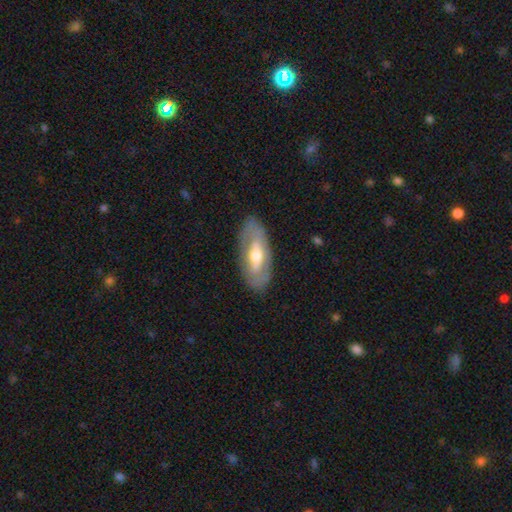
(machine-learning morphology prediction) Smooth or featured: featured or disk — 59% (smooth — 36%)
Edge-on disk: no — 83% (yes — 17%)
Merging: none — 82% (minor disturbance — 13%)